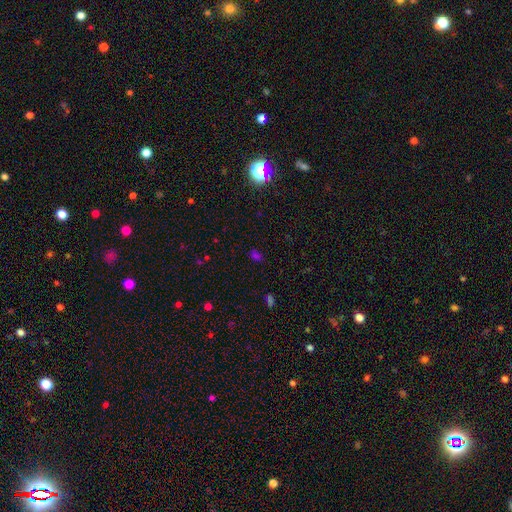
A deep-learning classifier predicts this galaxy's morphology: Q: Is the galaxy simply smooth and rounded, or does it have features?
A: smooth — 58%.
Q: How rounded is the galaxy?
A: in between — 80%.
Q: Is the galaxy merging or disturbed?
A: none — 77%.